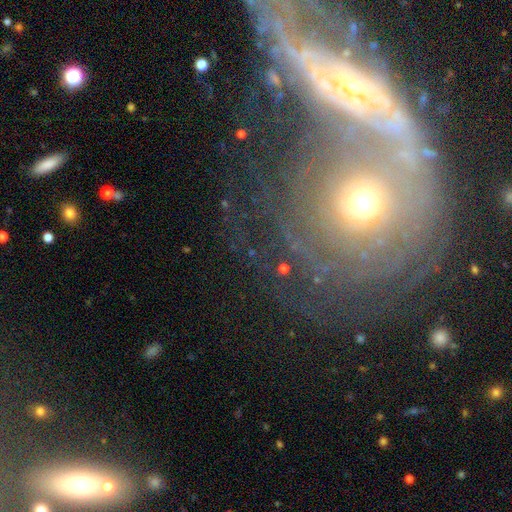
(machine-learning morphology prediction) featured or disk 61%, smooth 25%, star or artifact 14%. Down the decision tree: edge-on disk — no (90%); bar — no (71%); spiral arms — yes (69%); bulge size — moderate (45%); merging — merger (41%).